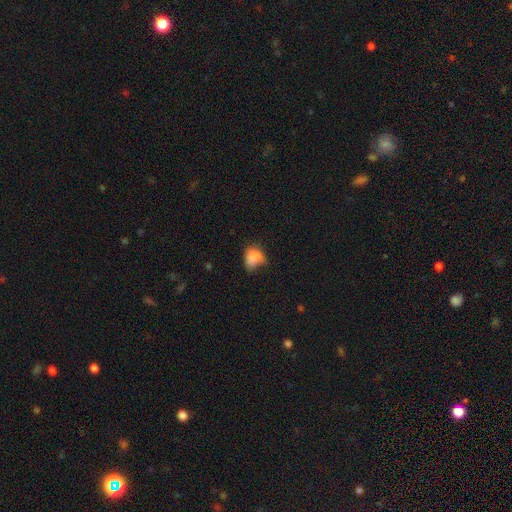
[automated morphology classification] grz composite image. It shows a smooth galaxy with no disk features (78%) that is in between round and cigar-shaped (73%). Merging: minor disturbance (37%).